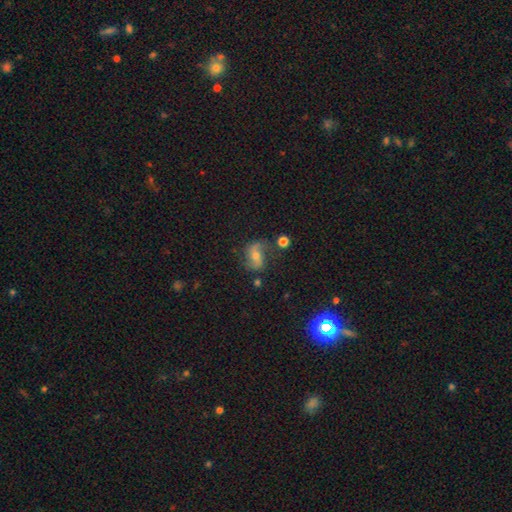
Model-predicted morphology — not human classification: smooth-or-featured: featured or disk: 71% | smooth: 18% | star or artifact: 11%
  disk-edge-on: no: 97% | yes: 3%
    bar: no: 45% | weak: 36% | strong: 19%
    has-spiral-arms: yes: 92% | no: 8%
      spiral-winding: loose: 58% | medium: 32% | tight: 10%
      spiral-arm-count: 2: 89% | 1: 4% | can't tell: 4% | 3: 1% | 4: 1% | more than 4: 1%
    bulge-size: moderate: 60% | small: 33% | large: 4% | none: 2% | dominant: 1%
  merging: none: 68% | minor disturbance: 18% | major disturbance: 9% | merger: 5%